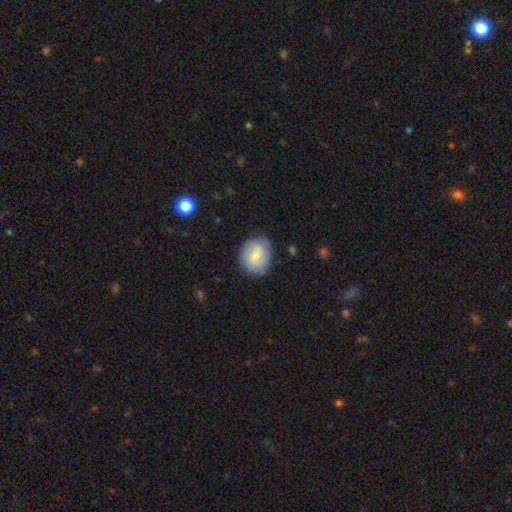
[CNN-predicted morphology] Smooth or featured? smooth (66%)
How rounded? round (64%)
Merging? none (81%)